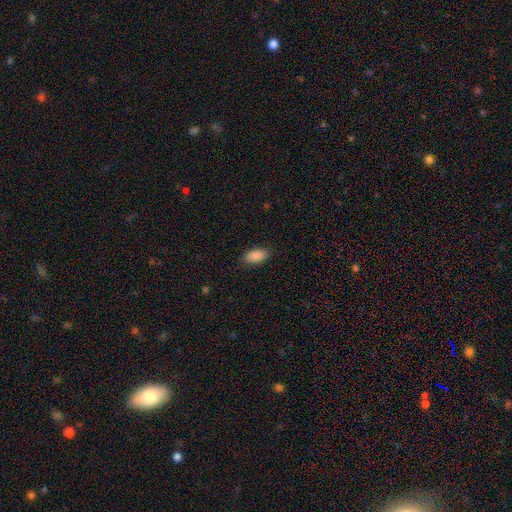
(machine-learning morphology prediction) A smooth galaxy with no disk features (89%) that is in between round and cigar-shaped (93%).

Vote fractions:
- Smooth or featured? smooth: 89% / star or artifact: 7% / featured or disk: 4%
- How rounded? in between: 93% / cigar-shaped: 4% / round: 3%
- Merging? none: 87% / minor disturbance: 9% / major disturbance: 2% / merger: 1%